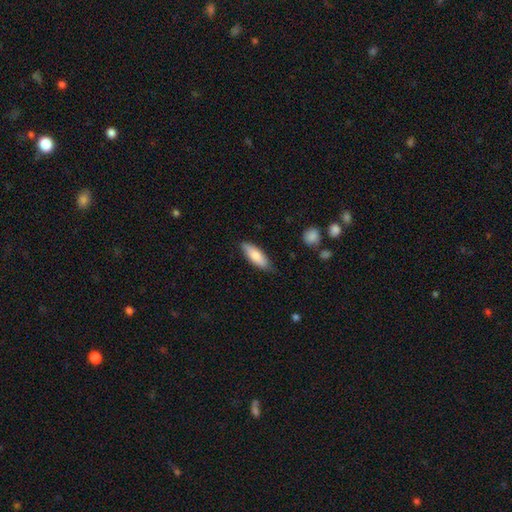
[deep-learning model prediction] Smooth or featured? Predicted: smooth (p=0.78). How rounded? Predicted: in between (p=0.59). Merging? Predicted: none (p=0.79).